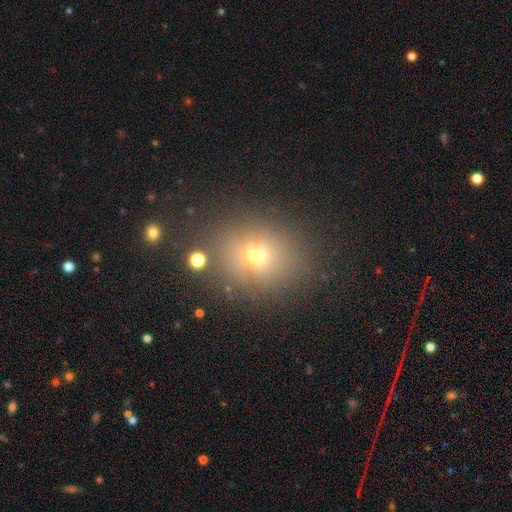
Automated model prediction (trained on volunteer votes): Smooth or featured? Predicted: smooth (p=0.63). How rounded? Predicted: round (p=0.63). Merging? Predicted: none (p=0.76).